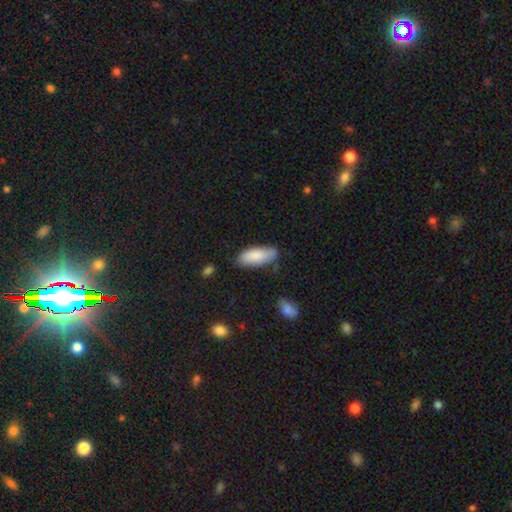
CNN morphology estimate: type=smooth (86%); roundness=in between (79%); merging=none (74%).